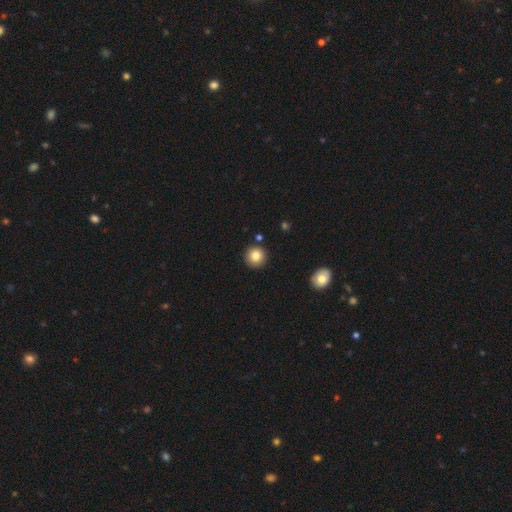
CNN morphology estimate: This appears to be a smooth galaxy with no disk features (83%) that is round (95%). Merging: none (90%).